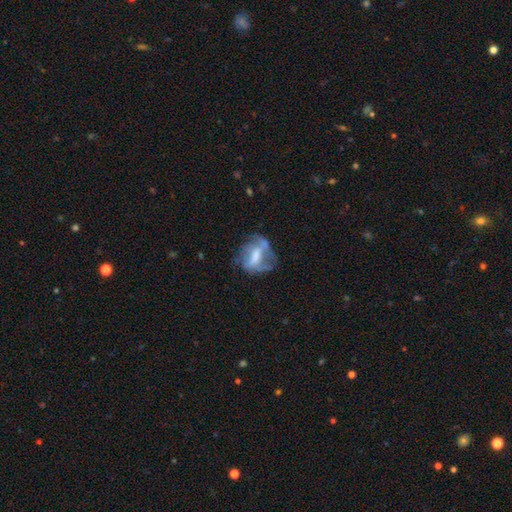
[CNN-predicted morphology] featured or disk 56%, smooth 34%, star or artifact 9%. Down the decision tree: edge-on disk — no (93%); bar — weak (38%); spiral arms — no (59%); bulge size — moderate (40%); merging — none (44%).